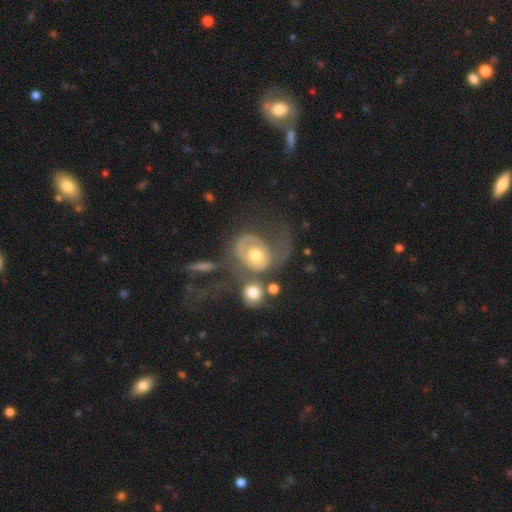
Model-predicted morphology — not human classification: Smooth or featured?
  - featured or disk: 60% *
  - smooth: 32%
  - star or artifact: 7%
Edge-on disk?
  - no: 96% *
  - yes: 4%
Bar?
  - no: 79% *
  - weak: 17%
  - strong: 4%
Spiral arms?
  - yes: 64% *
  - no: 36%
Bulge size?
  - moderate: 69% *
  - small: 16%
  - large: 12%
  - none: 2%
  - dominant: 2%
Merging?
  - major disturbance: 41% *
  - merger: 28%
  - none: 20%
  - minor disturbance: 12%